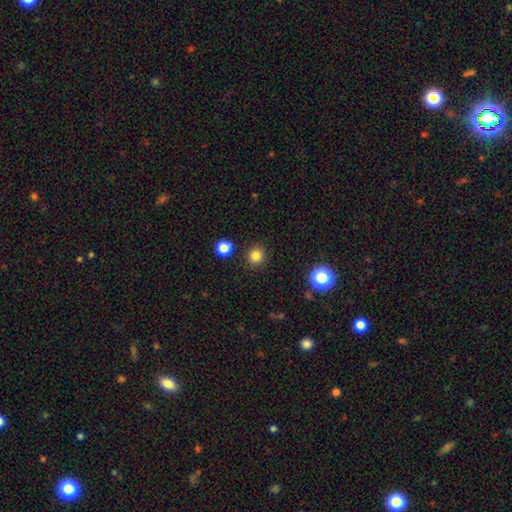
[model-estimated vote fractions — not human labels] This is clearly a smooth galaxy (82%). How rounded: clearly round (91%). Merging: clearly none (89%).